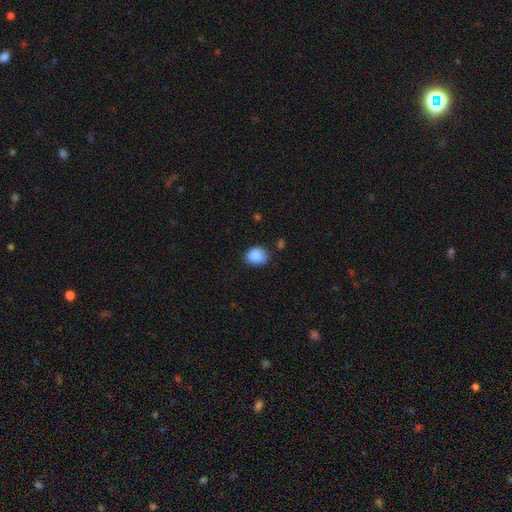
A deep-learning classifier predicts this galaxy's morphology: Overall: smooth (87%). How rounded: round (54%; in between 45%). Merging: none (67%).